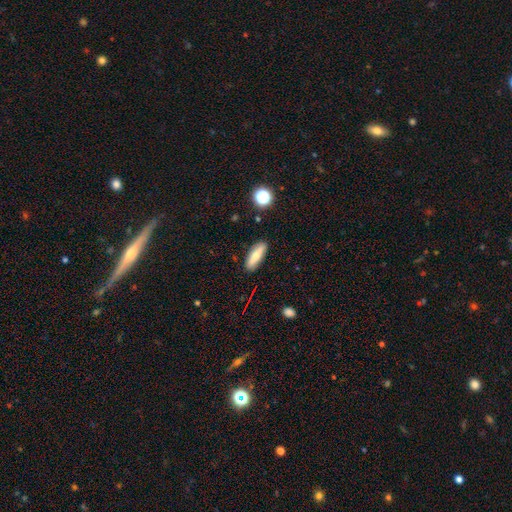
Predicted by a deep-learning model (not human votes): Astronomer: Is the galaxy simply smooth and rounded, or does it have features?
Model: smooth — 70%.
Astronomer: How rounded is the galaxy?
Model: cigar-shaped — 51% (runner-up: in between, 46%).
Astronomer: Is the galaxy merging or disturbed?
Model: none — 88%.